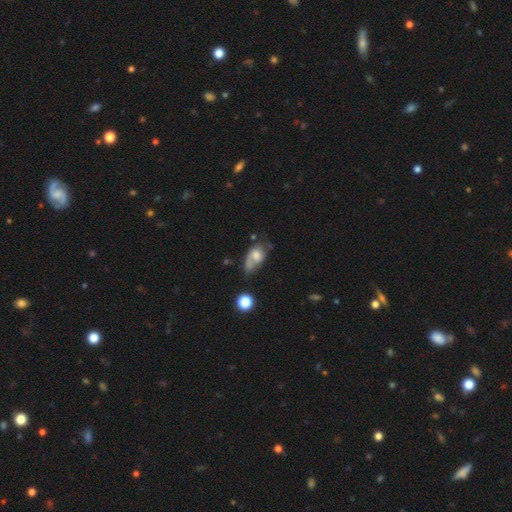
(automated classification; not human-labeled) Smooth or featured? smooth (54%)
How rounded? in between (81%)
Merging? none (29%, tied with minor disturbance)